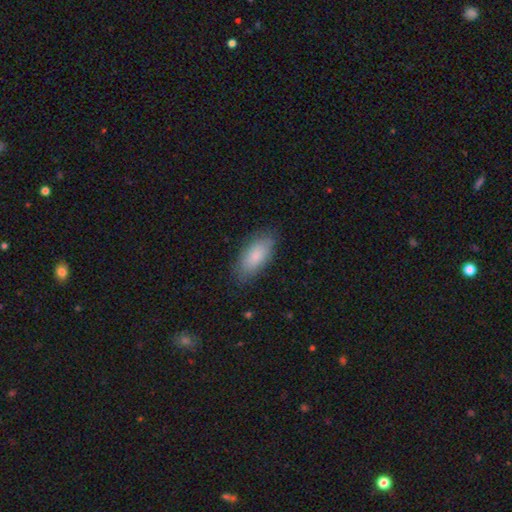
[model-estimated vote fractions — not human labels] A smooth galaxy with no disk features (83%) that is in between round and cigar-shaped (88%). Merging: none (82%).